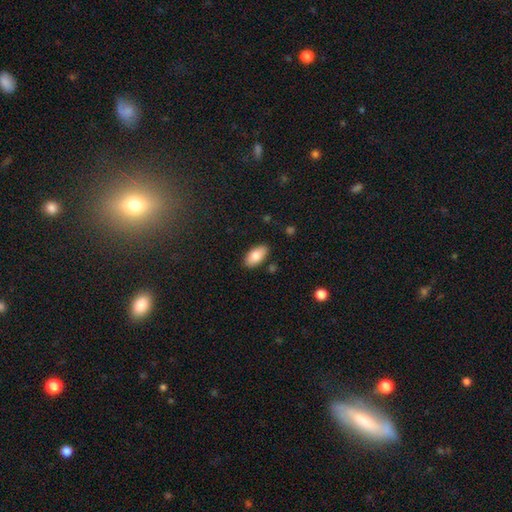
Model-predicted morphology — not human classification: Smooth or featured?
  - smooth: 81% *
  - featured or disk: 13%
  - star or artifact: 6%
How rounded?
  - in between: 93% *
  - cigar-shaped: 4%
  - round: 3%
Merging?
  - none: 86% *
  - minor disturbance: 10%
  - major disturbance: 2%
  - merger: 2%